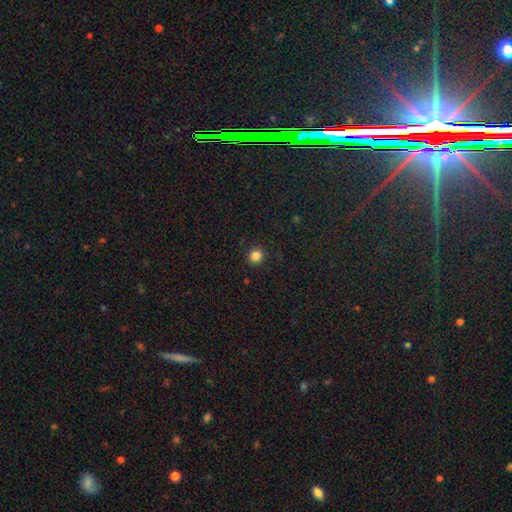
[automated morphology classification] Smooth or featured? Predicted: smooth (p=0.84). How rounded? Predicted: round (p=0.92). Merging? Predicted: none (p=0.92).